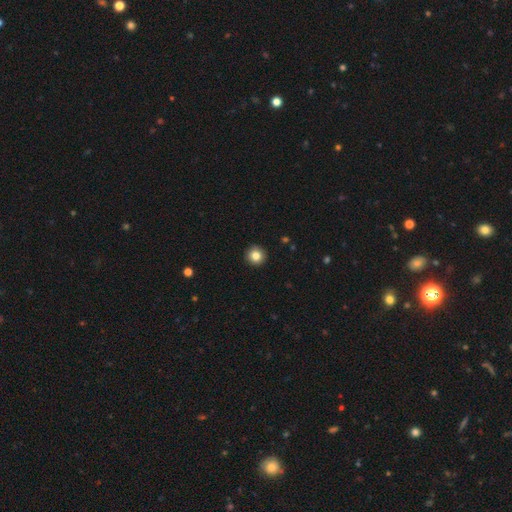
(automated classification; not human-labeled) Smooth or featured? smooth (84%)
How rounded? round (95%)
Merging? none (93%)